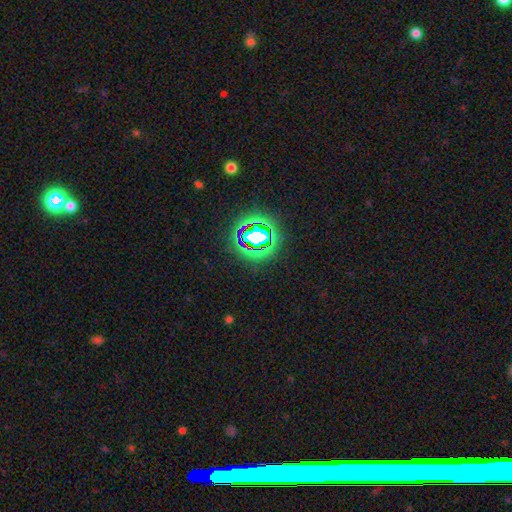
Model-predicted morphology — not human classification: A star or artifact, not a galaxy (72%).

Vote fractions:
- Smooth or featured? star or artifact: 72% / smooth: 17% / featured or disk: 11%